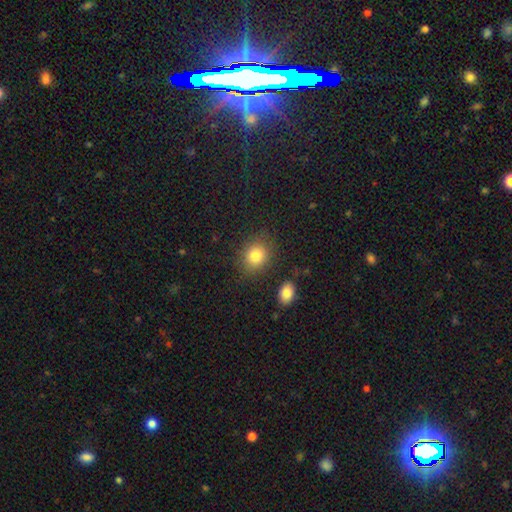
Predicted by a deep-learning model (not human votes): Smooth or featured?
  - smooth: 81% *
  - star or artifact: 11%
  - featured or disk: 8%
How rounded?
  - round: 63% *
  - in between: 36%
  - cigar-shaped: 1%
Merging?
  - none: 84% *
  - minor disturbance: 10%
  - major disturbance: 3%
  - merger: 3%